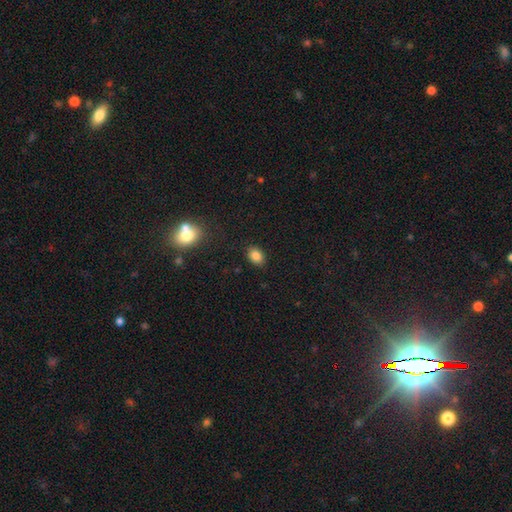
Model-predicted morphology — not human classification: smooth_or_featured: smooth (p=0.85) [alt: star or artifact p=0.10]
how_rounded: in between (p=0.75) [alt: round p=0.24]
merging: none (p=0.87) [alt: minor disturbance p=0.09]